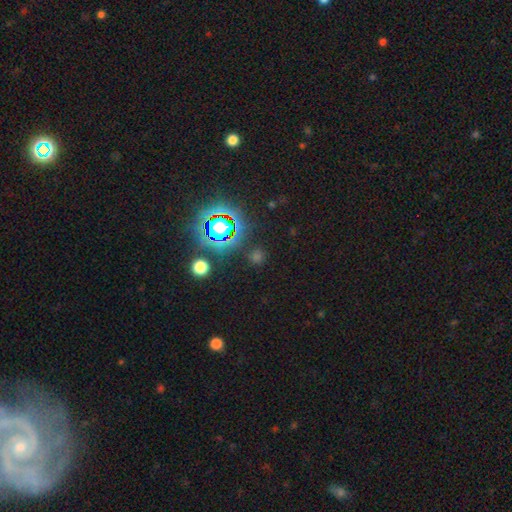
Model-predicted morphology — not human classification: Smooth or featured?
  - star or artifact: 56% *
  - smooth: 36%
  - featured or disk: 7%